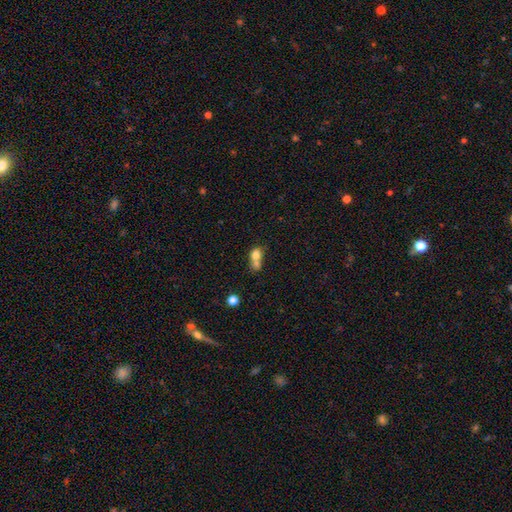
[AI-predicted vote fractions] Smooth or featured: smooth — 74% (featured or disk — 14%)
How rounded: round — 58% (in between — 40%)
Merging: merger — 65% (none — 24%)